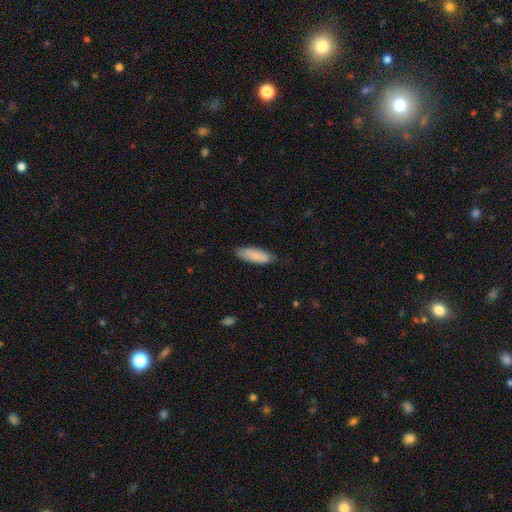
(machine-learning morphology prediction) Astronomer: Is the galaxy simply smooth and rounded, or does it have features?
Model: smooth — 82%.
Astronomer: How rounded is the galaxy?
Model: in between — 65%.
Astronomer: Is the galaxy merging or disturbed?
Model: none — 73%.